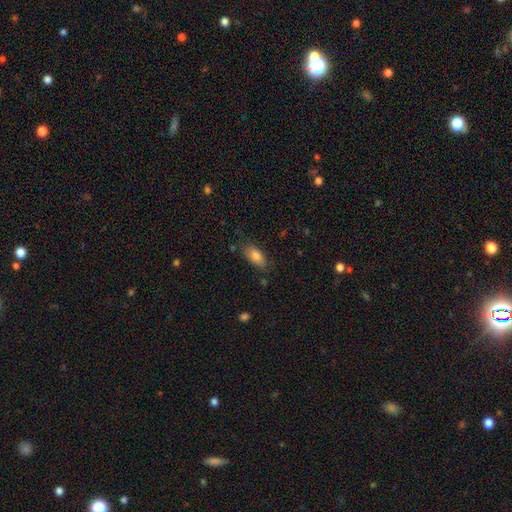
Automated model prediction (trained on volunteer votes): smooth 82%, featured or disk 11%, star or artifact 8%. Down the decision tree: how rounded — in between (88%); merging — none (75%).